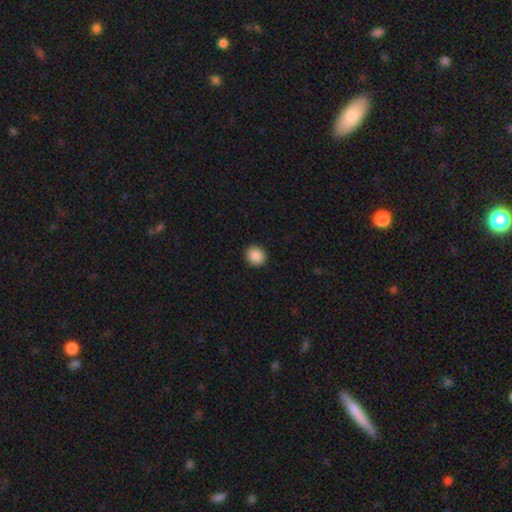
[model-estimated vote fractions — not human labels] Q: Smooth or featured?
A: smooth (89%); runner-up: star or artifact (8%)
Q: How rounded?
A: round (81%); runner-up: in between (18%)
Q: Merging?
A: none (92%); runner-up: minor disturbance (5%)